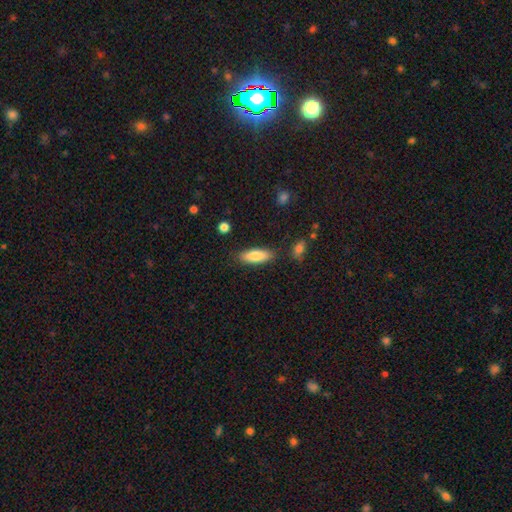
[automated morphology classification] type=smooth (82%); roundness=in between (61%); merging=none (83%).